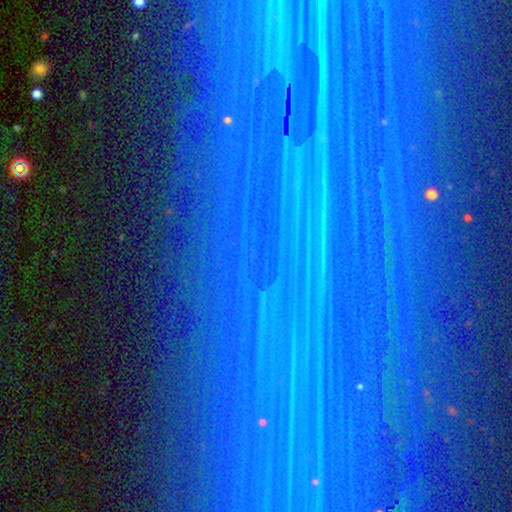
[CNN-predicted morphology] Smooth or featured? Predicted: star or artifact (p=0.83).